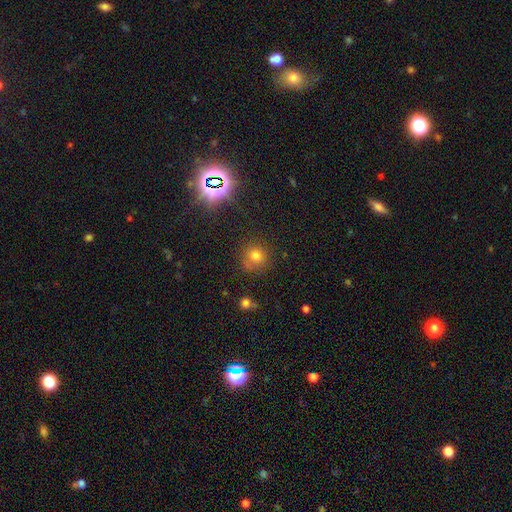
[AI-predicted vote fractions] Smooth or featured? Predicted: smooth (p=0.72). How rounded? Predicted: round (p=0.86). Merging? Predicted: none (p=0.71).